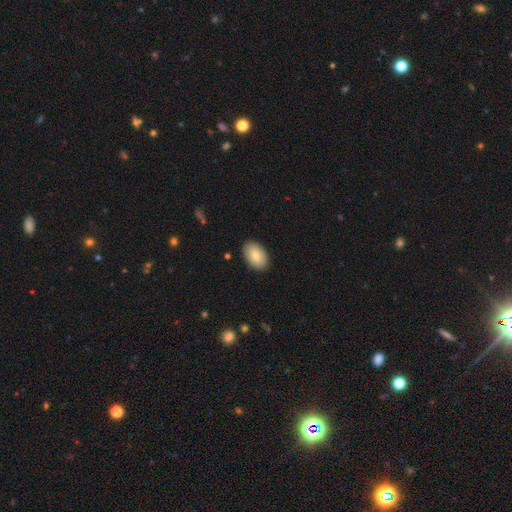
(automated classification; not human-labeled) A smooth galaxy with no disk features (82%) that is in between round and cigar-shaped (92%). Merging: none (88%).